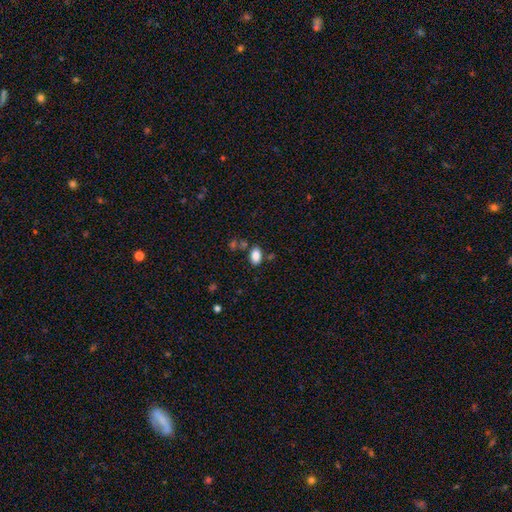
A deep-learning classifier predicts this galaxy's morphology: Q: Smooth or featured?
A: smooth (86%); runner-up: star or artifact (9%)
Q: How rounded?
A: in between (90%); runner-up: round (9%)
Q: Merging?
A: none (77%); runner-up: minor disturbance (12%)